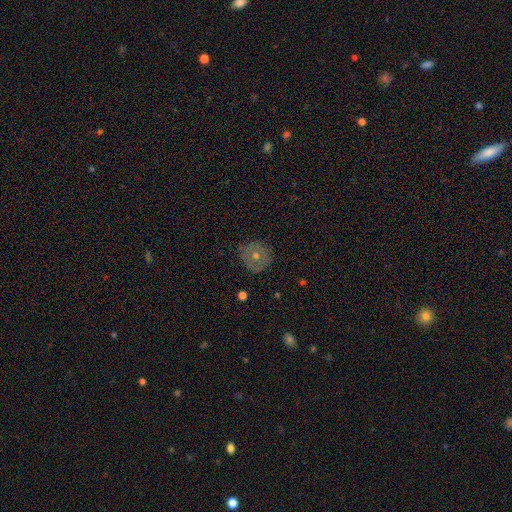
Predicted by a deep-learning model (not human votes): Smooth or featured?
  - smooth: 51% *
  - featured or disk: 39%
  - star or artifact: 9%
How rounded?
  - round: 89% *
  - in between: 10%
  - cigar-shaped: 1%
Merging?
  - none: 79% *
  - minor disturbance: 16%
  - major disturbance: 4%
  - merger: 1%